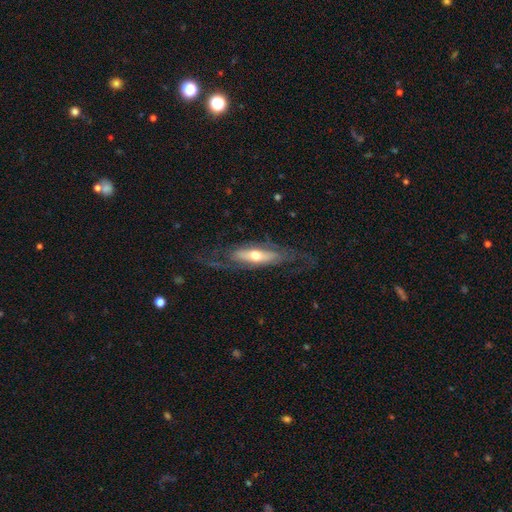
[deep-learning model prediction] Smooth or featured?
  - featured or disk: 69% *
  - smooth: 25%
  - star or artifact: 5%
Edge-on disk?
  - no: 60% *
  - yes: 40%
Merging?
  - none: 63% *
  - major disturbance: 18%
  - minor disturbance: 18%
  - merger: 2%